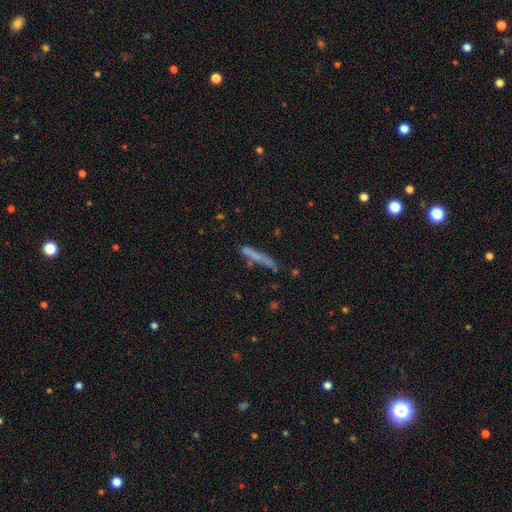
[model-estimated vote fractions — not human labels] smooth_or_featured: smooth (p=0.59) [alt: featured or disk p=0.31]
how_rounded: cigar-shaped (p=0.92) [alt: in between p=0.06]
merging: none (p=0.65) [alt: minor disturbance p=0.20]